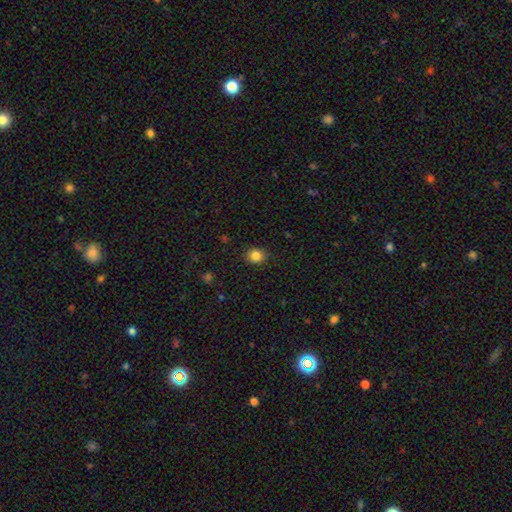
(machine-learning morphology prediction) Smooth or featured? Predicted: smooth (p=0.84). How rounded? Predicted: round (p=0.77). Merging? Predicted: none (p=0.90).